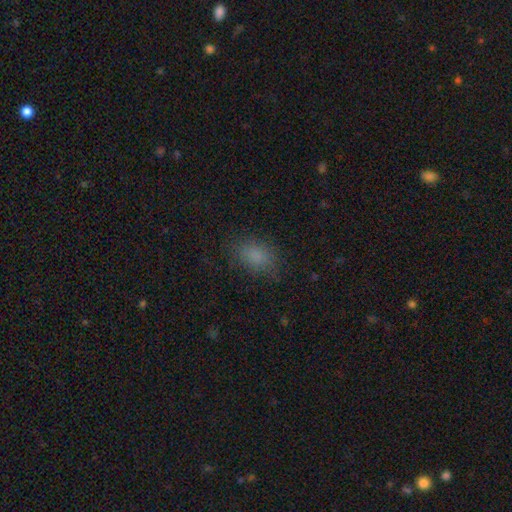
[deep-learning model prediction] smooth-or-featured: smooth: 82% | star or artifact: 12% | featured or disk: 6%
  how-rounded: in between: 81% | round: 17% | cigar-shaped: 2%
  merging: none: 78% | minor disturbance: 15% | major disturbance: 6% | merger: 1%